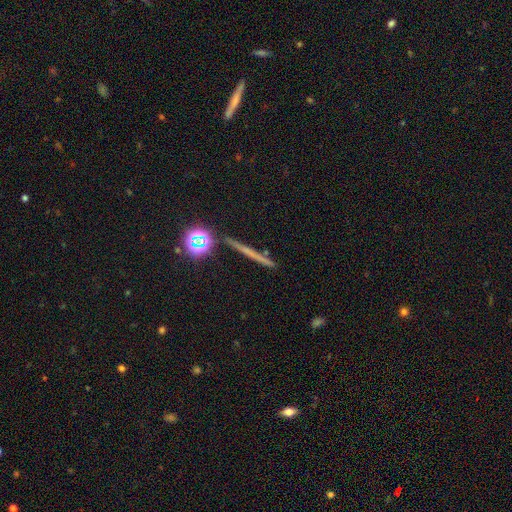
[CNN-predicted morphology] Overall: featured or disk (44%; smooth 36%). Merging: none (88%).